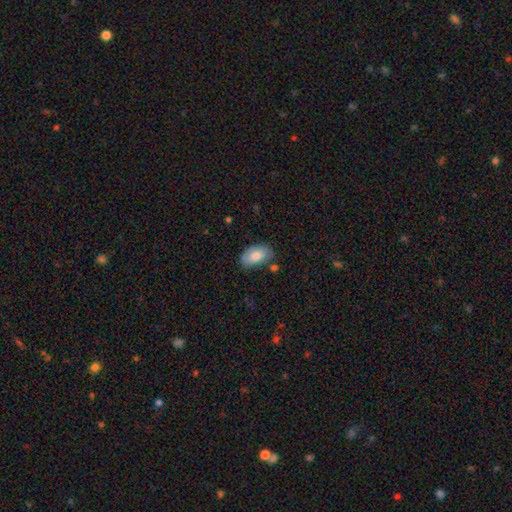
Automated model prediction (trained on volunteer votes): smooth-or-featured: smooth: 74% | featured or disk: 20% | star or artifact: 6%
  how-rounded: in between: 93% | round: 5% | cigar-shaped: 2%
  merging: none: 68% | minor disturbance: 22% | merger: 5% | major disturbance: 5%